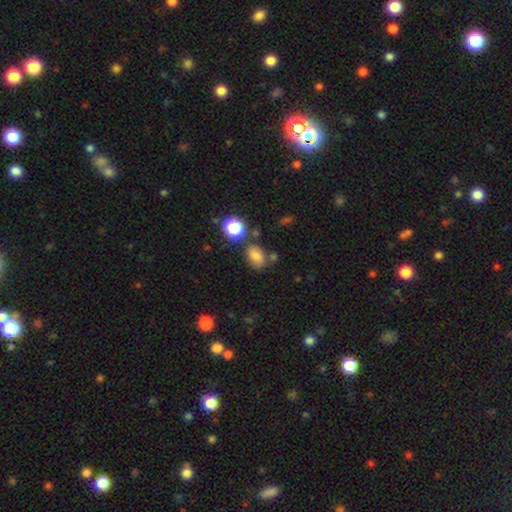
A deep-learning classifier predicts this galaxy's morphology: smooth-or-featured: smooth: 77% | star or artifact: 14% | featured or disk: 10%
  how-rounded: in between: 75% | round: 23% | cigar-shaped: 1%
  merging: none: 66% | minor disturbance: 17% | merger: 11% | major disturbance: 5%